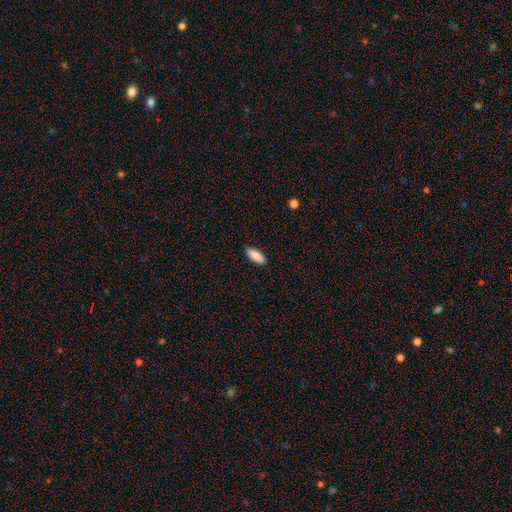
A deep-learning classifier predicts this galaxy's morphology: Smooth or featured: smooth — 87% (featured or disk — 7%)
How rounded: in between — 76% (cigar-shaped — 23%)
Merging: none — 89% (minor disturbance — 9%)